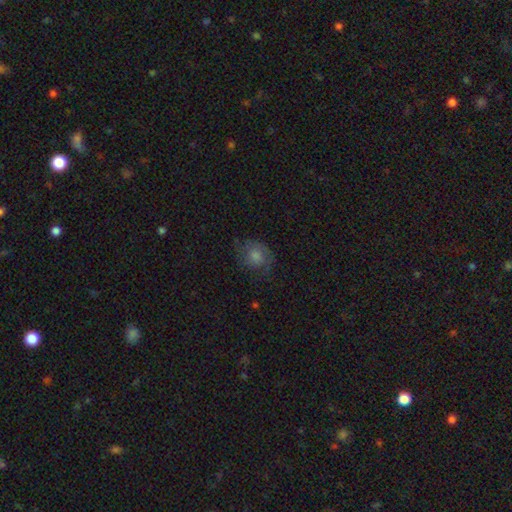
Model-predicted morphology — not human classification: smooth_or_featured: smooth (p=0.49) [alt: featured or disk p=0.34]
merging: none (p=0.68) [alt: minor disturbance p=0.20]